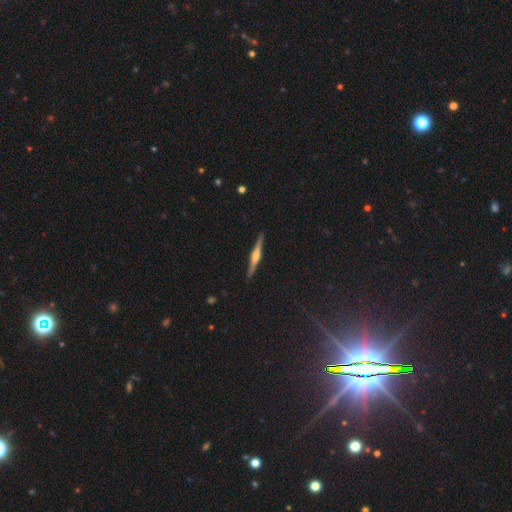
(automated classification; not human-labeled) Morphology: type=featured or disk (76%); edge-on=yes (98%); edge-on bulge=rounded (79%); merging=none (91%).